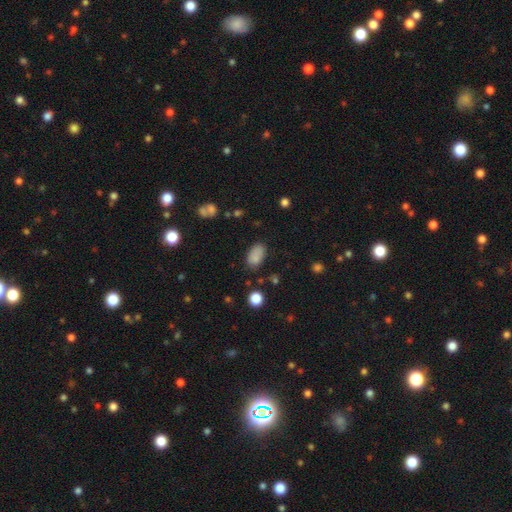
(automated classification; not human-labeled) The model was most divided on "merging": none: 73%, minor disturbance: 19%, major disturbance: 5%, merger: 3%. More confident: how rounded — in between (92%); smooth or featured — smooth (83%).